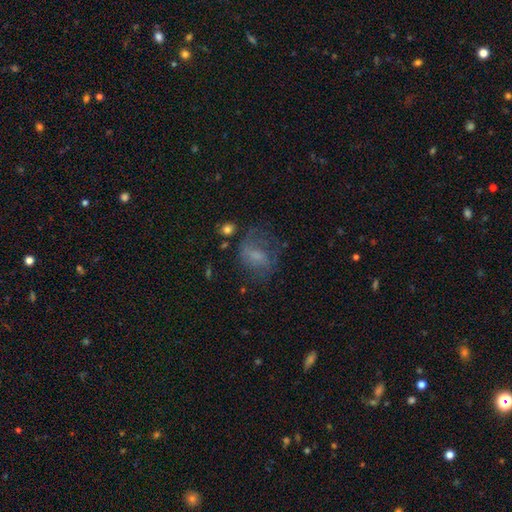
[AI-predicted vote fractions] Smooth or featured: smooth — 45% (featured or disk — 40%)
Merging: none — 45% (major disturbance — 30%)